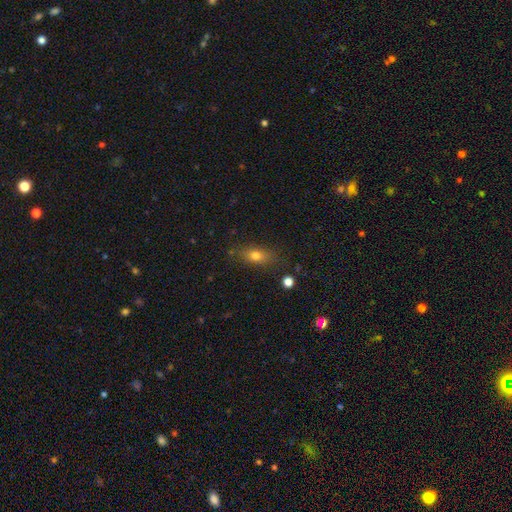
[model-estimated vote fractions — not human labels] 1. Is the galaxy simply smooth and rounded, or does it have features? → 72% smooth, 17% featured or disk, 12% star or artifact.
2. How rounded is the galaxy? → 68% in between, 19% cigar-shaped, 13% round.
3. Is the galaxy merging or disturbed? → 77% none, 16% minor disturbance, 5% major disturbance, 2% merger.